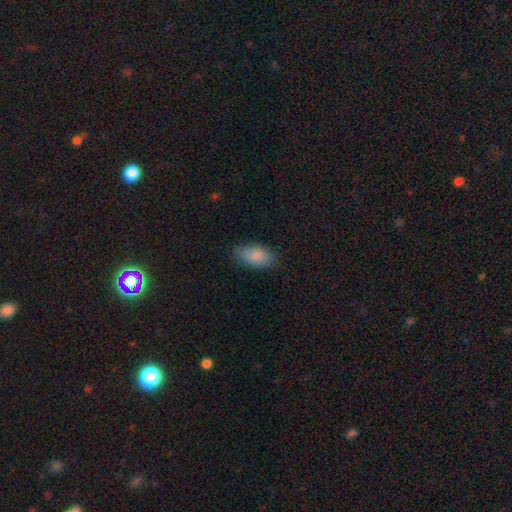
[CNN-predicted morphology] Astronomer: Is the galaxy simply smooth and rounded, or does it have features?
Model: smooth — 88%.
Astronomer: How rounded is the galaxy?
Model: in between — 93%.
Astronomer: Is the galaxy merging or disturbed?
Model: none — 83%.